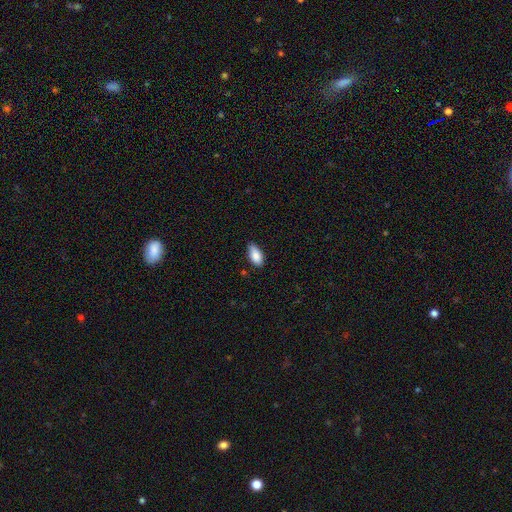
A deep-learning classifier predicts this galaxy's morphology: smooth_or_featured: smooth (p=0.87) [alt: star or artifact p=0.07]
how_rounded: in between (p=0.92) [alt: cigar-shaped p=0.05]
merging: none (p=0.71) [alt: minor disturbance p=0.24]